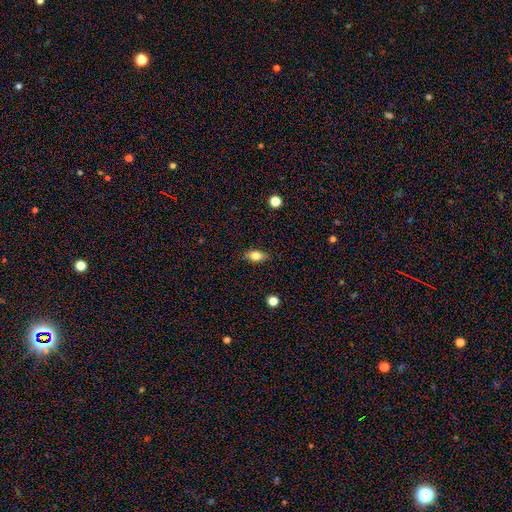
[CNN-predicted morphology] This appears to be a smooth galaxy with no disk features (78%) that is in between round and cigar-shaped (83%). Merging: none (85%).